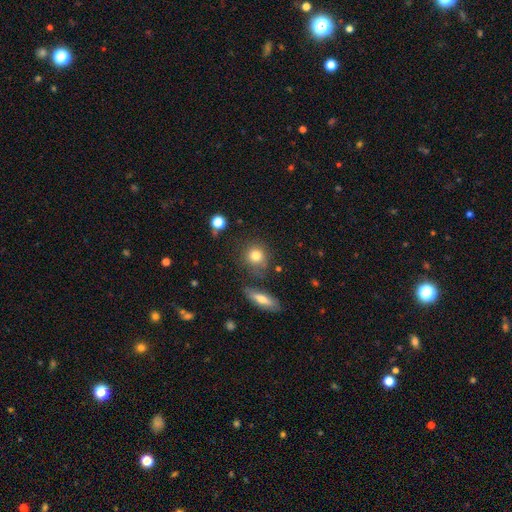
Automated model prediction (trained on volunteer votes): This appears to be a smooth galaxy with no disk features (80%) that is round (82%). Merging: none (74%).